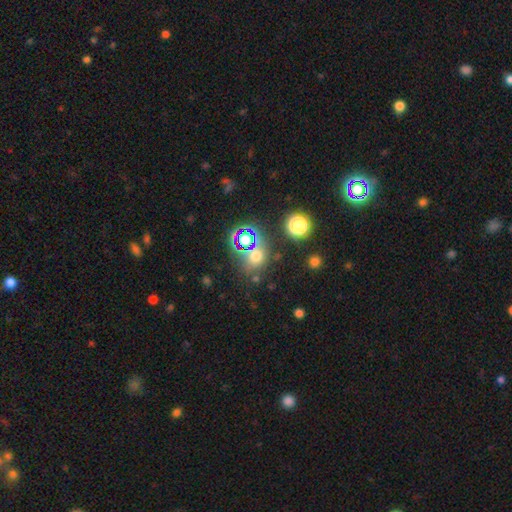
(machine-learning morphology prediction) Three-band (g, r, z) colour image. It shows a smooth galaxy with no disk features (56%) that is round (74%). Merging: none (70%).